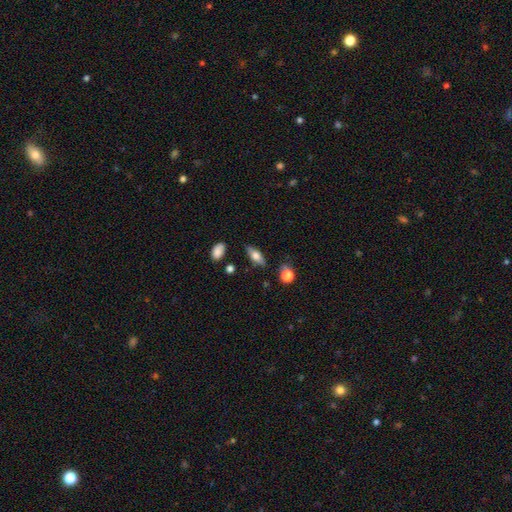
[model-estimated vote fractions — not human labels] Q: Smooth or featured?
A: smooth (61%); runner-up: featured or disk (31%)
Q: How rounded?
A: in between (72%); runner-up: cigar-shaped (25%)
Q: Merging?
A: none (79%); runner-up: minor disturbance (14%)